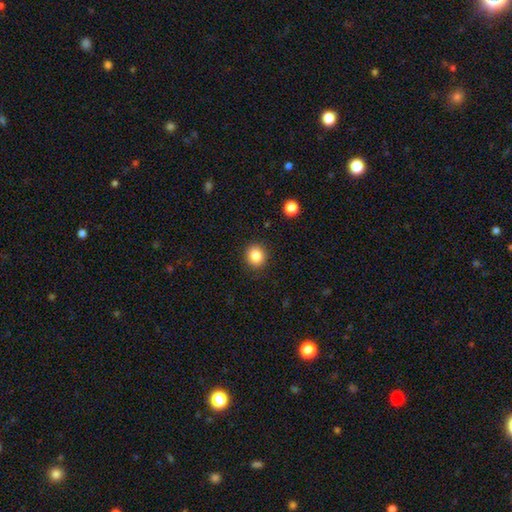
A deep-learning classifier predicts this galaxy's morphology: Smooth or featured? smooth (85%)
How rounded? round (86%)
Merging? none (90%)